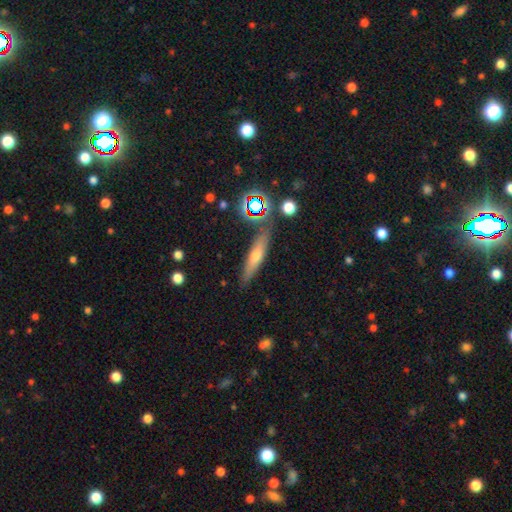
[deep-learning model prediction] smooth-or-featured: featured or disk: 43% | smooth: 42% | star or artifact: 15%
  merging: none: 82% | minor disturbance: 11% | merger: 4% | major disturbance: 3%